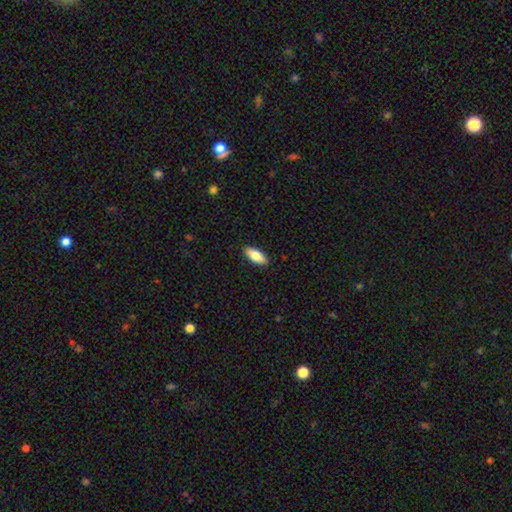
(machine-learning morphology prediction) Overall: smooth (80%). How rounded: in between (82%). Merging: none (90%).